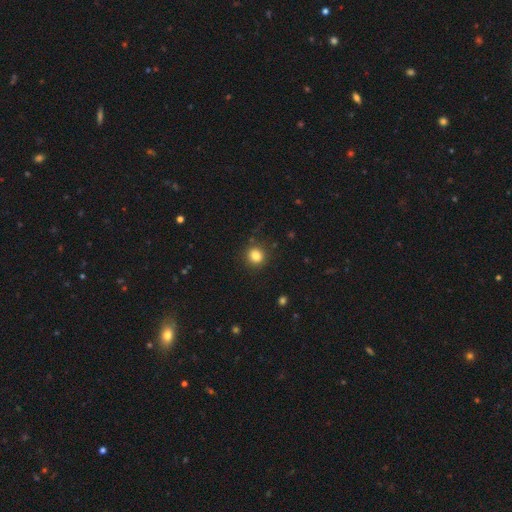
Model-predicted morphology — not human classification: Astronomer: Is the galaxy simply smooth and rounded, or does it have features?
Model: smooth — 83%.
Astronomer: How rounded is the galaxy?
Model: round — 91%.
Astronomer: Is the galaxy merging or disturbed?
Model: none — 89%.